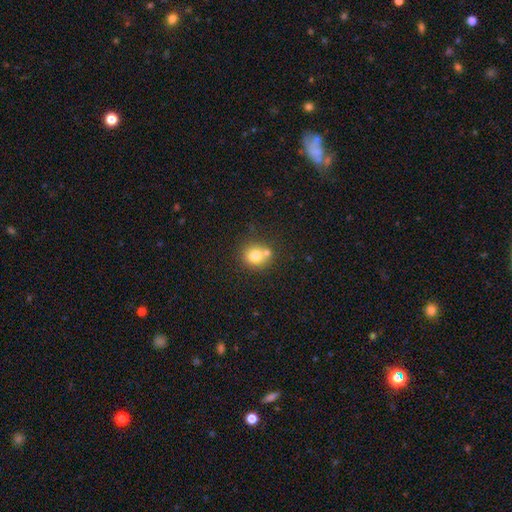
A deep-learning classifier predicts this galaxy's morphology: A smooth galaxy with no disk features (77%) that is round (83%).

Vote fractions:
- Smooth or featured? smooth: 77% / featured or disk: 12% / star or artifact: 11%
- How rounded? round: 83% / in between: 16% / cigar-shaped: 1%
- Merging? none: 58% / merger: 29% / minor disturbance: 10% / major disturbance: 3%